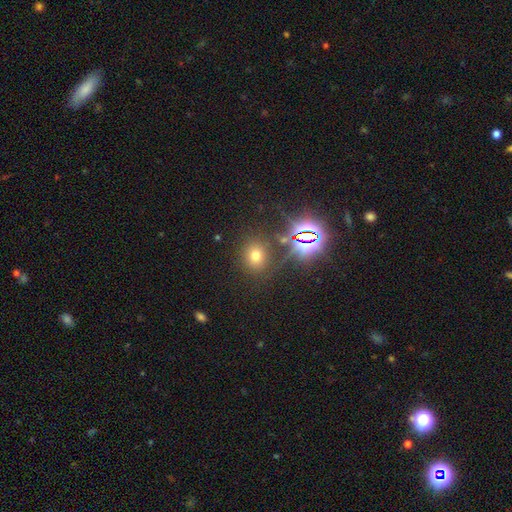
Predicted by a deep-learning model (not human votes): The model was most divided on "smooth or featured": smooth: 61%, star or artifact: 29%, featured or disk: 10%. More confident: merging — none (82%); how rounded — round (77%).